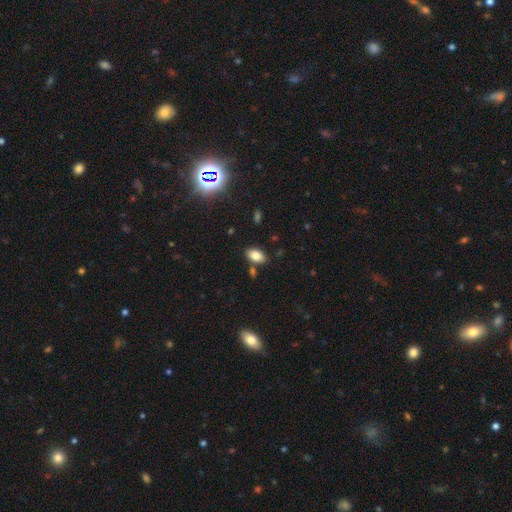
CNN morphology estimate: smooth 83%, star or artifact 9%, featured or disk 8%. Down the decision tree: how rounded — in between (92%); merging — none (80%).